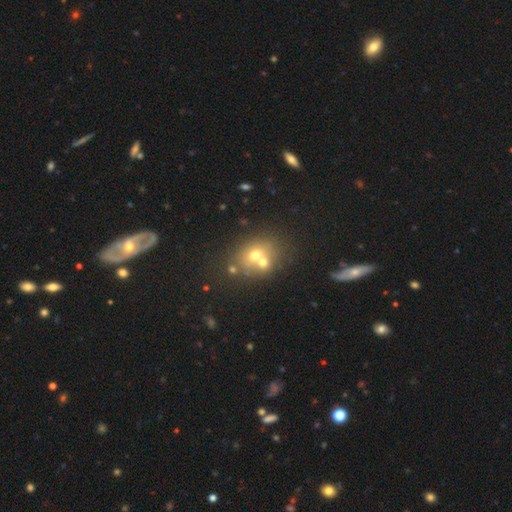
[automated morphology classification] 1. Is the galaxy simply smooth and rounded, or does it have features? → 54% smooth, 27% featured or disk, 19% star or artifact.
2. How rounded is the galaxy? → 60% round, 38% in between, 1% cigar-shaped.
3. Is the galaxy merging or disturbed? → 45% merger, 41% none, 9% minor disturbance, 5% major disturbance.